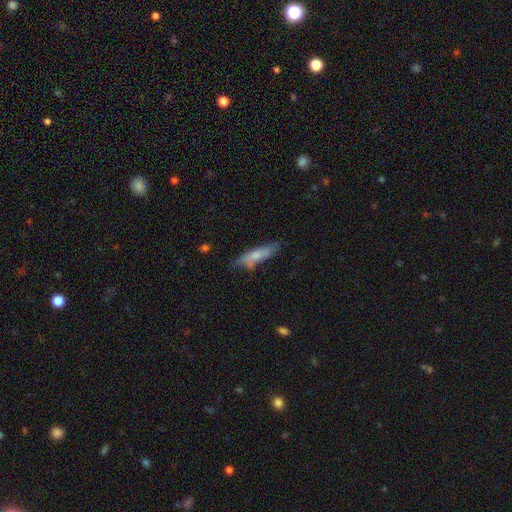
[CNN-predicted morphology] Smooth or featured? smooth (66%)
How rounded? cigar-shaped (66%)
Merging? none (60%)